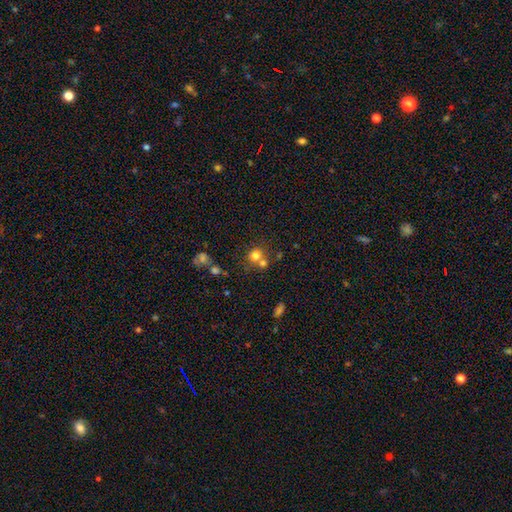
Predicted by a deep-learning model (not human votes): smooth_or_featured: smooth (p=0.72) [alt: star or artifact p=0.15]
how_rounded: round (p=0.86) [alt: in between p=0.13]
merging: none (p=0.49) [alt: merger p=0.39]